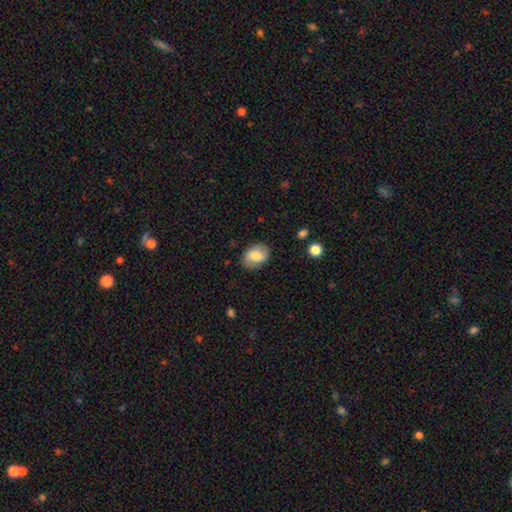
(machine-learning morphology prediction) smooth-or-featured: smooth: 73% | featured or disk: 20% | star or artifact: 7%
  how-rounded: in between: 75% | round: 24% | cigar-shaped: 1%
  merging: none: 80% | minor disturbance: 15% | major disturbance: 4% | merger: 1%